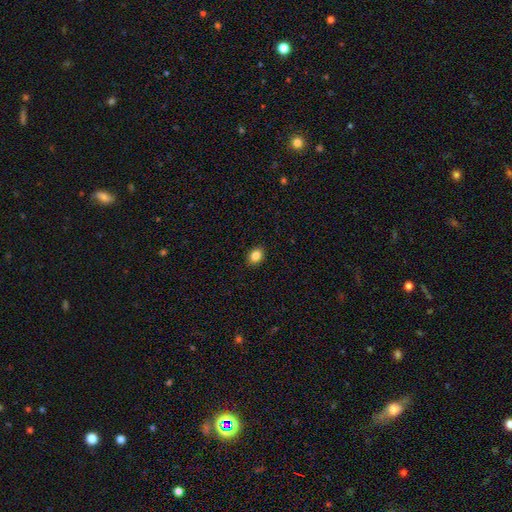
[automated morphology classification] This appears to be a smooth galaxy with no disk features (85%) that is in between round and cigar-shaped (62%). Merging: none (90%).